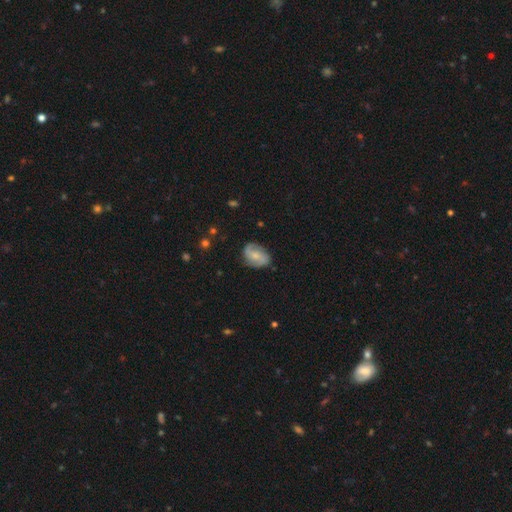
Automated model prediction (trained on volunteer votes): featured or disk 66%, smooth 27%, star or artifact 7%. Down the decision tree: edge-on disk — no (97%); bar — no (48%); spiral arms — yes (93%); spiral arm count — 2 (86%); spiral winding — medium (44%); bulge size — small (49%); merging — none (77%).